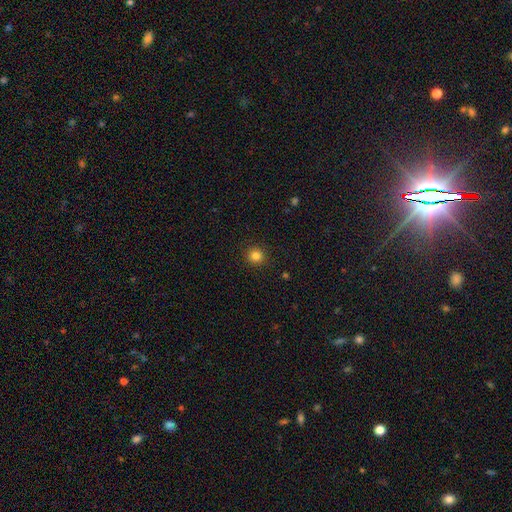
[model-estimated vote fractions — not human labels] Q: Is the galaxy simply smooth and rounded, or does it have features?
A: smooth — 83%.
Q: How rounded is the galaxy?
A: round — 94%.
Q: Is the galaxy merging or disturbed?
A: none — 92%.